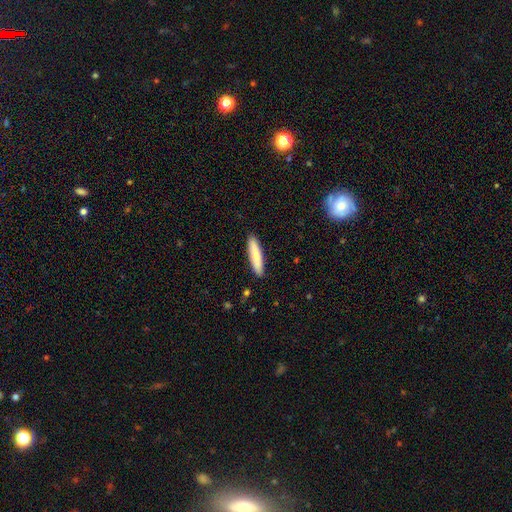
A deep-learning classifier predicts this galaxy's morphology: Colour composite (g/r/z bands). It shows a smooth galaxy with no disk features (81%) that is cigar-shaped (85%). Merging: none (90%).